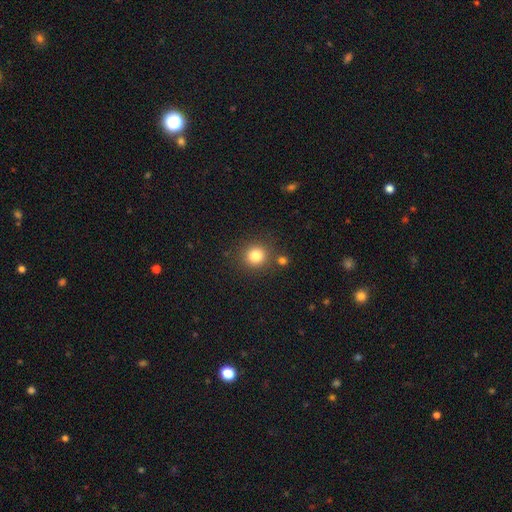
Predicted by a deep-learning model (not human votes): This is clearly a smooth galaxy (82%). How rounded: clearly round (91%). Merging: clearly none (82%).